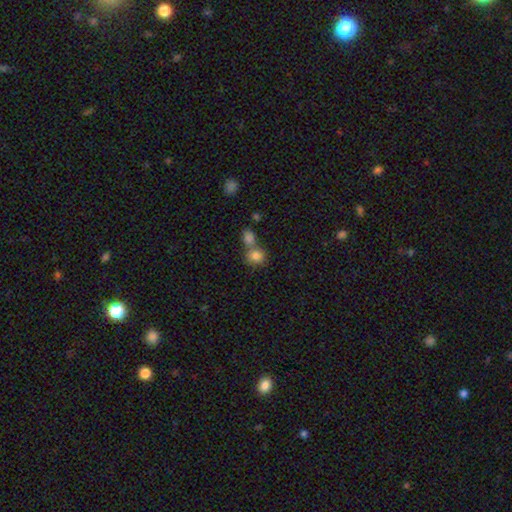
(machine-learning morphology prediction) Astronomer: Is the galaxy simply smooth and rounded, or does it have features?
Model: smooth — 83%.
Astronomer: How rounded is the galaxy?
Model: round — 77%.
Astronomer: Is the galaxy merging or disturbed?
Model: none — 45% (runner-up: merger, 44%).